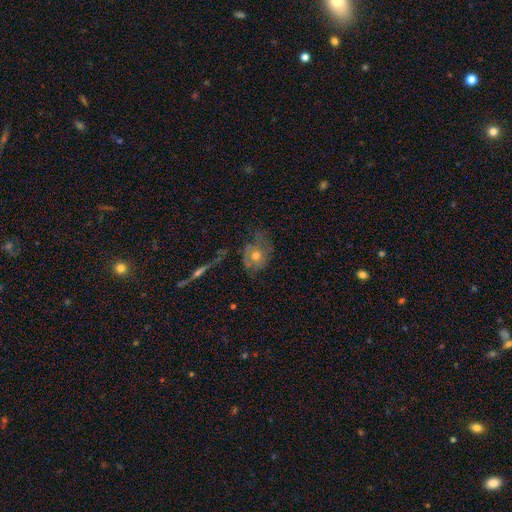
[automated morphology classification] type=featured or disk (51%); edge-on=no (85%); merging=none (51%).